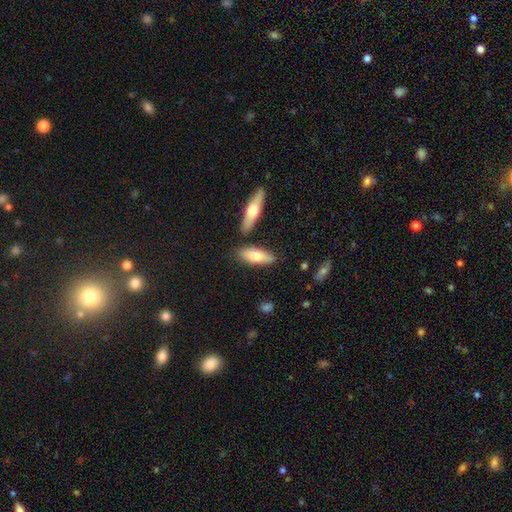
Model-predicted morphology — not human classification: Smooth or featured? Predicted: smooth (p=0.69). How rounded? Predicted: in between (p=0.64). Merging? Predicted: none (p=0.76).